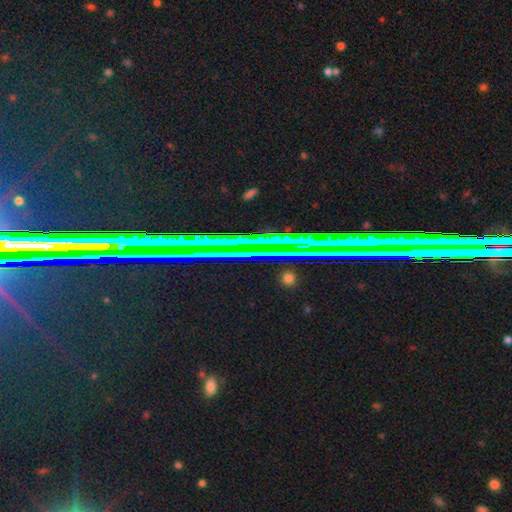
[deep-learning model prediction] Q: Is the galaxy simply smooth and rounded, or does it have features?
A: star or artifact — 80%.